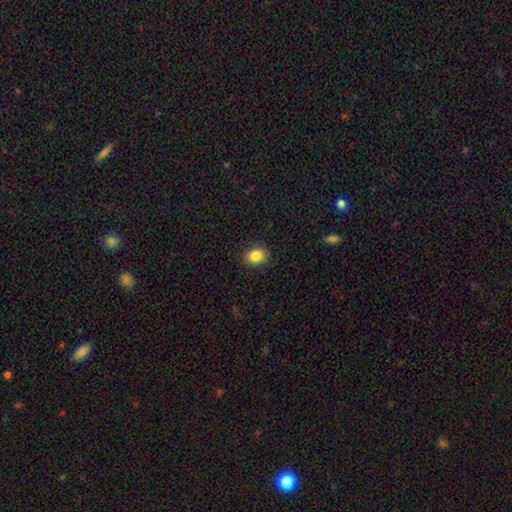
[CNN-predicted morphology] This is clearly a smooth galaxy (86%). How rounded: possibly in between (50%). Merging: clearly none (90%).